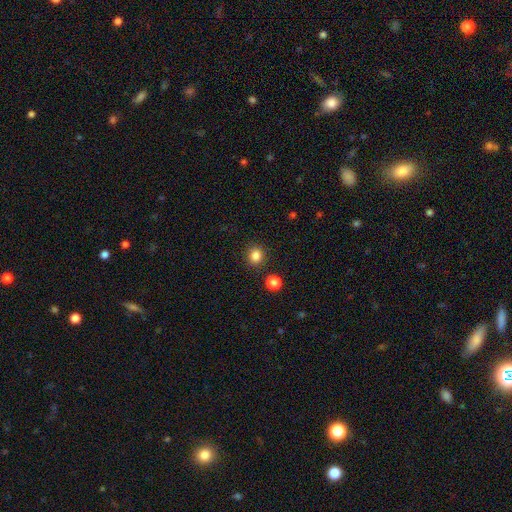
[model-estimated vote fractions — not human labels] Smooth or featured?
  - smooth: 84% *
  - star or artifact: 12%
  - featured or disk: 4%
How rounded?
  - round: 87% *
  - in between: 13%
  - cigar-shaped: 1%
Merging?
  - none: 88% *
  - minor disturbance: 7%
  - merger: 3%
  - major disturbance: 2%